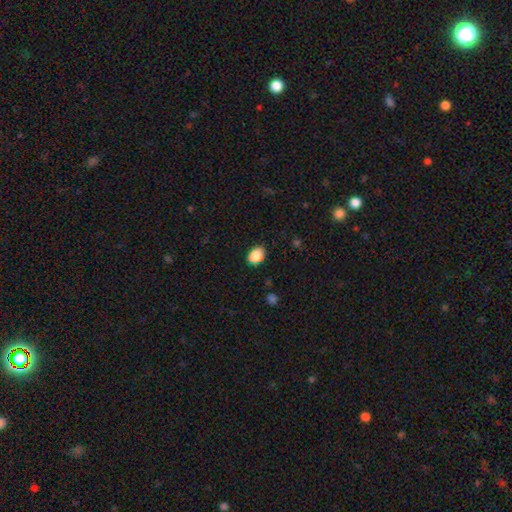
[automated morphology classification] A smooth galaxy with no disk features (88%) that is in between round and cigar-shaped (71%).

Vote fractions:
- Smooth or featured? smooth: 88% / star or artifact: 8% / featured or disk: 4%
- How rounded? in between: 71% / round: 28% / cigar-shaped: 1%
- Merging? none: 81% / minor disturbance: 15% / major disturbance: 3% / merger: 1%